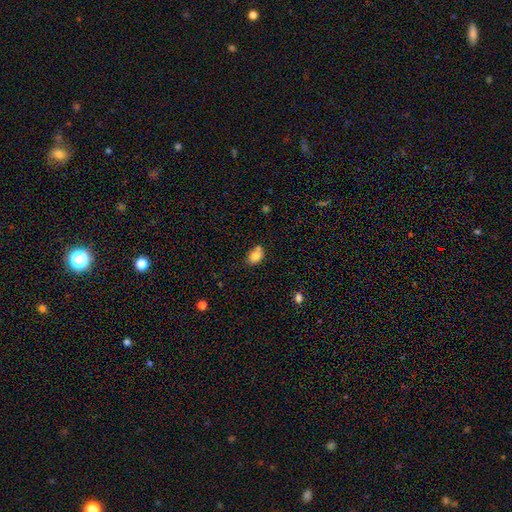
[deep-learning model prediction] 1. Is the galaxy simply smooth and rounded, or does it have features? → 82% smooth, 9% star or artifact, 9% featured or disk.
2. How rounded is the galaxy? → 76% in between, 23% round, 1% cigar-shaped.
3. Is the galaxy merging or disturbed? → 53% none, 23% minor disturbance, 19% merger, 5% major disturbance.